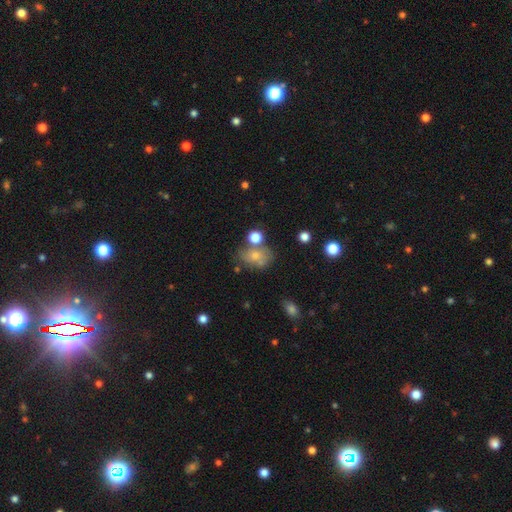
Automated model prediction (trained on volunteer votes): Overall: smooth (68%). How rounded: in between (66%; round 32%). Merging: none (45%; merger 23%).